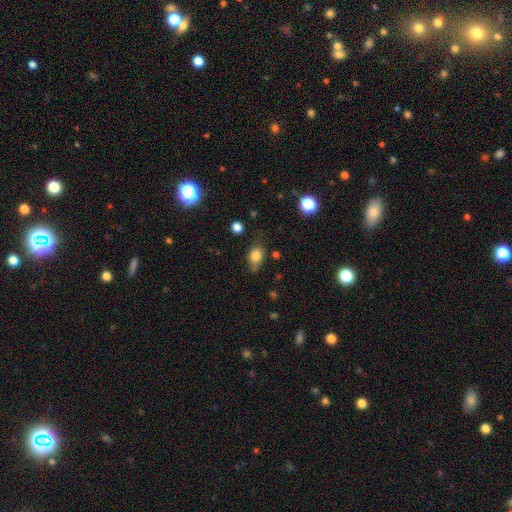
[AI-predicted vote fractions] Smooth or featured?
  - smooth: 79% *
  - star or artifact: 11%
  - featured or disk: 10%
How rounded?
  - in between: 60% *
  - round: 37%
  - cigar-shaped: 3%
Merging?
  - none: 63% *
  - minor disturbance: 27%
  - major disturbance: 7%
  - merger: 3%